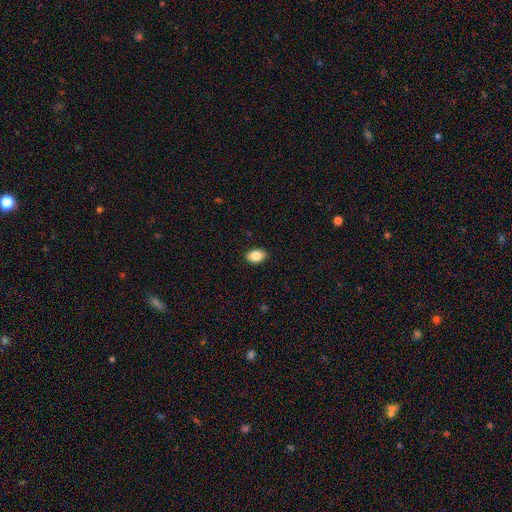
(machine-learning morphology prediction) The model was most divided on "how rounded": in between: 87%, round: 12%, cigar-shaped: 1%. More confident: merging — none (89%); smooth or featured — smooth (84%).